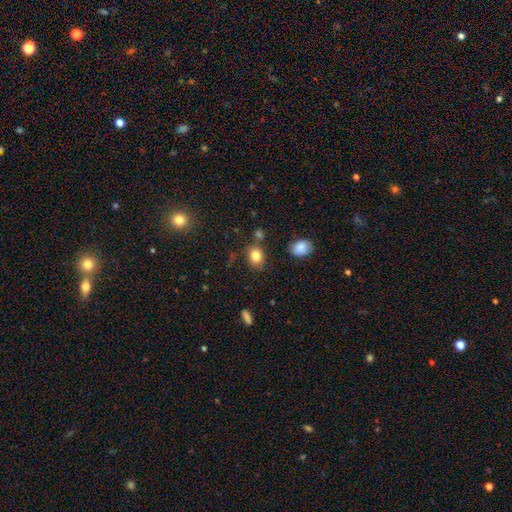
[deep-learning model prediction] Smooth or featured?
  - smooth: 82% *
  - star or artifact: 10%
  - featured or disk: 8%
How rounded?
  - in between: 50% *
  - round: 49%
  - cigar-shaped: 1%
Merging?
  - none: 75% *
  - minor disturbance: 14%
  - merger: 7%
  - major disturbance: 4%